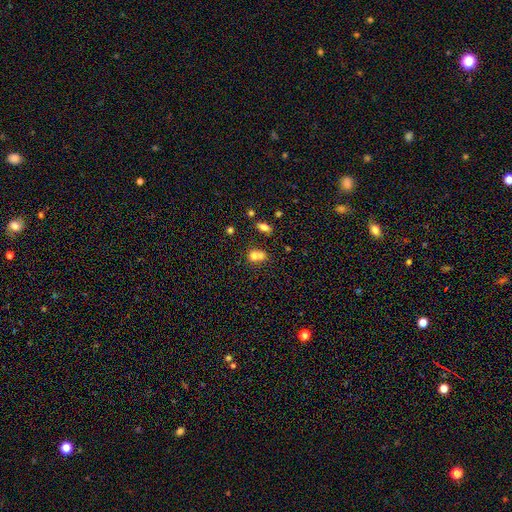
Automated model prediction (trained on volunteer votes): Smooth or featured? Predicted: smooth (p=0.71). How rounded? Predicted: round (p=0.64). Merging? Predicted: merger (p=0.63).